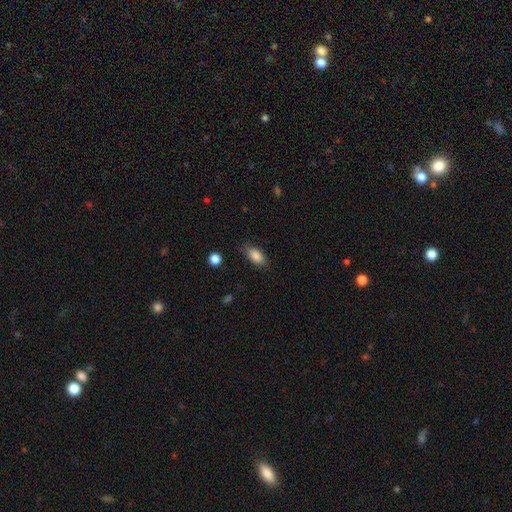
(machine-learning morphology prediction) type=smooth (86%); roundness=in between (87%); merging=none (77%).